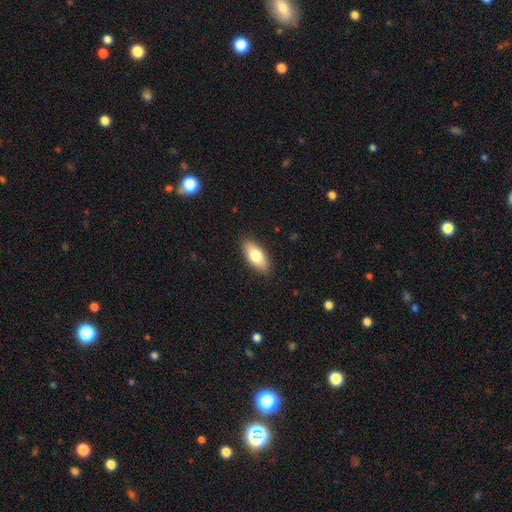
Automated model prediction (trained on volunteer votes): Q: Smooth or featured?
A: smooth (77%); runner-up: featured or disk (17%)
Q: How rounded?
A: in between (85%); runner-up: cigar-shaped (13%)
Q: Merging?
A: none (89%); runner-up: minor disturbance (8%)